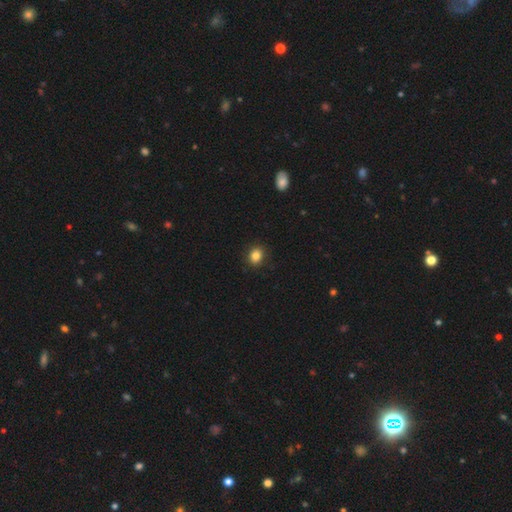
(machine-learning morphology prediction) Smooth or featured? smooth (84%)
How rounded? round (68%)
Merging? none (89%)